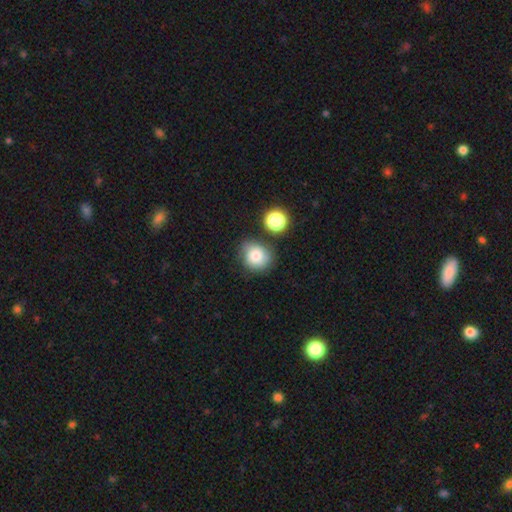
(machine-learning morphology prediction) smooth_or_featured: smooth (p=0.73) [alt: featured or disk p=0.15]
how_rounded: round (p=0.79) [alt: in between p=0.20]
merging: none (p=0.67) [alt: minor disturbance p=0.19]